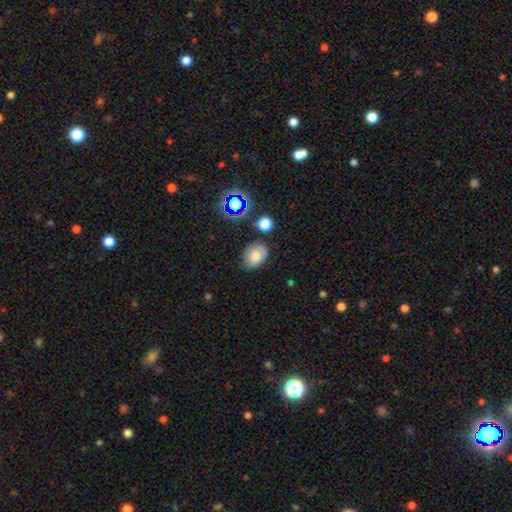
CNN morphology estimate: smooth_or_featured: smooth (p=0.74) [alt: featured or disk p=0.13]
how_rounded: in between (p=0.70) [alt: round p=0.29]
merging: none (p=0.70) [alt: minor disturbance p=0.22]